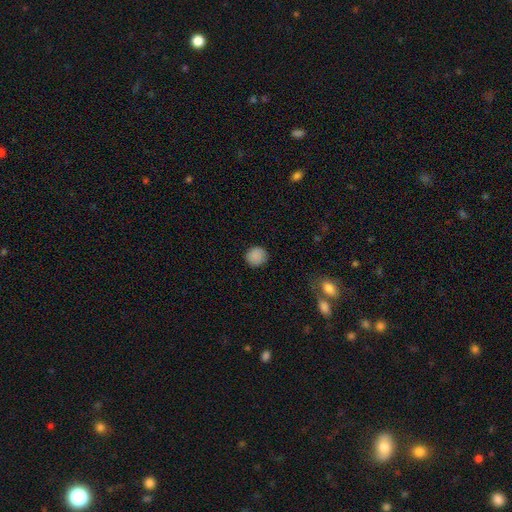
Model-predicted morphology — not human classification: smooth 87%, star or artifact 9%, featured or disk 4%. Down the decision tree: how rounded — round (90%); merging — none (88%).